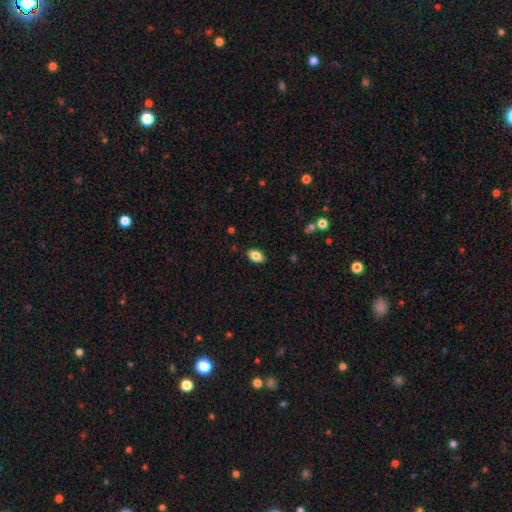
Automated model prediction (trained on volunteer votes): This is clearly a smooth galaxy (84%). How rounded: clearly in between (88%). Merging: clearly none (87%).